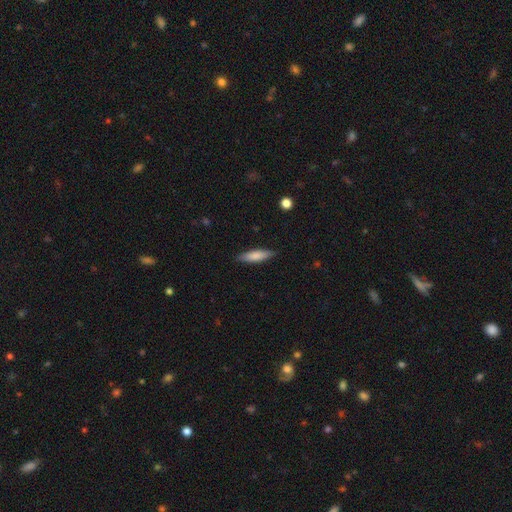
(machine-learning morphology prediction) Smooth or featured? Predicted: smooth (p=0.78). How rounded? Predicted: cigar-shaped (p=0.73). Merging? Predicted: none (p=0.88).